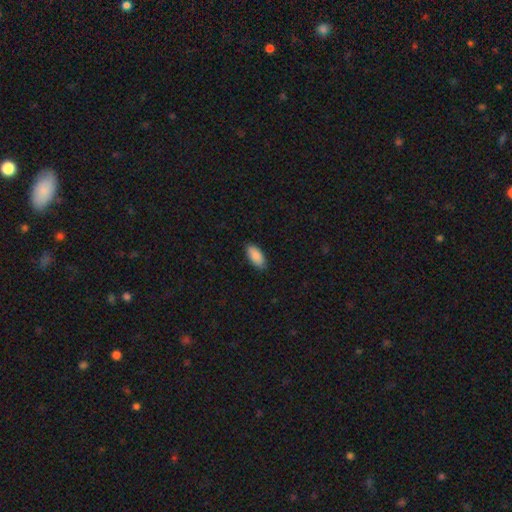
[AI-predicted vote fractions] This is clearly a smooth galaxy (90%). How rounded: clearly in between (91%). Merging: clearly none (87%).